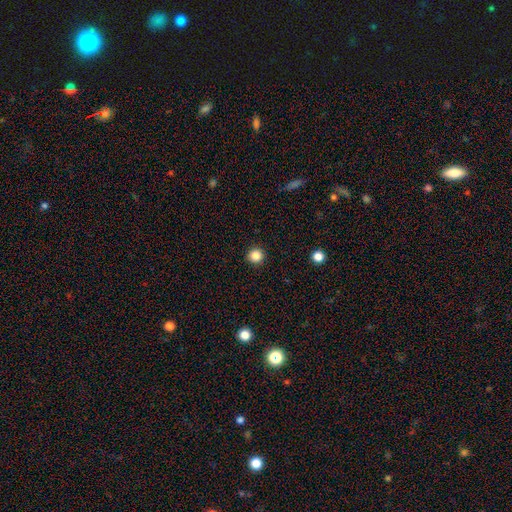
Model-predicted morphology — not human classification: This appears to be a smooth galaxy with no disk features (85%) that is round (94%). Merging: none (93%).